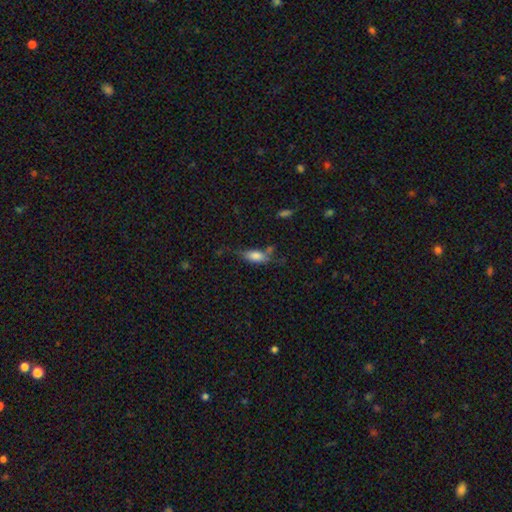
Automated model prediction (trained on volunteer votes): Q: Smooth or featured?
A: smooth (74%); runner-up: featured or disk (17%)
Q: How rounded?
A: in between (77%); runner-up: cigar-shaped (20%)
Q: Merging?
A: none (47%); runner-up: minor disturbance (29%)